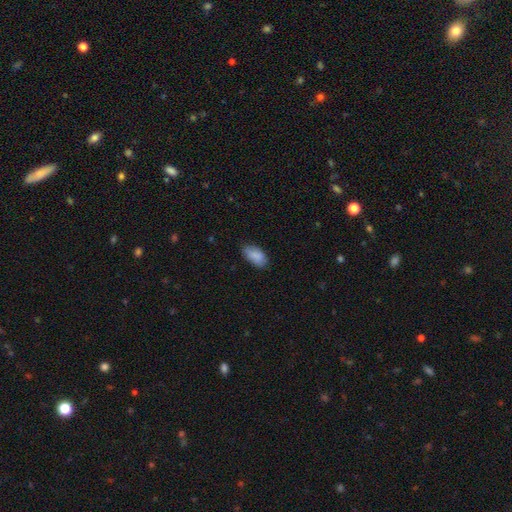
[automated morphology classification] smooth 87%, star or artifact 7%, featured or disk 7%. Down the decision tree: how rounded — in between (93%); merging — none (77%).